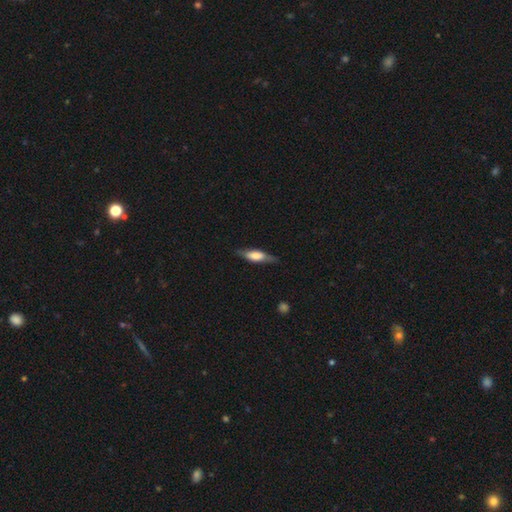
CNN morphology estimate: Q: Smooth or featured?
A: featured or disk (48%); runner-up: smooth (46%)
Q: Merging?
A: none (78%); runner-up: minor disturbance (17%)